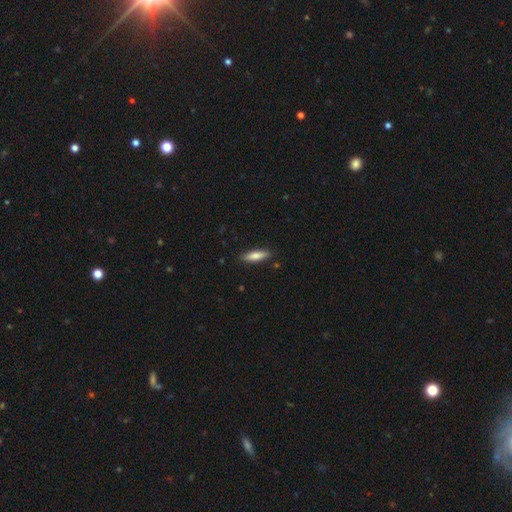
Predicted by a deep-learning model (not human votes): Smooth or featured? smooth (79%)
How rounded? cigar-shaped (59%)
Merging? none (87%)